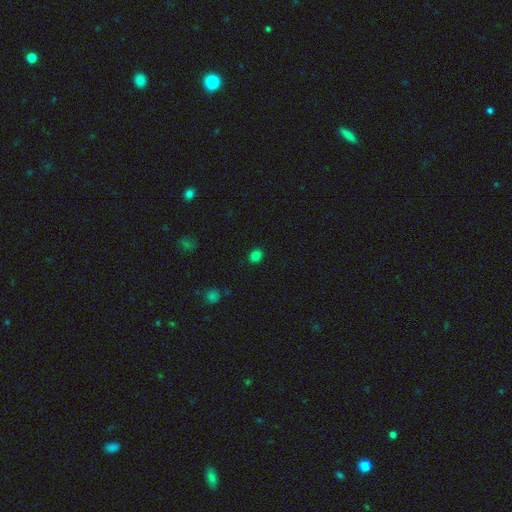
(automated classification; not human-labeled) Smooth or featured: smooth — 80% (star or artifact — 15%)
How rounded: round — 63% (in between — 36%)
Merging: none — 88% (minor disturbance — 9%)